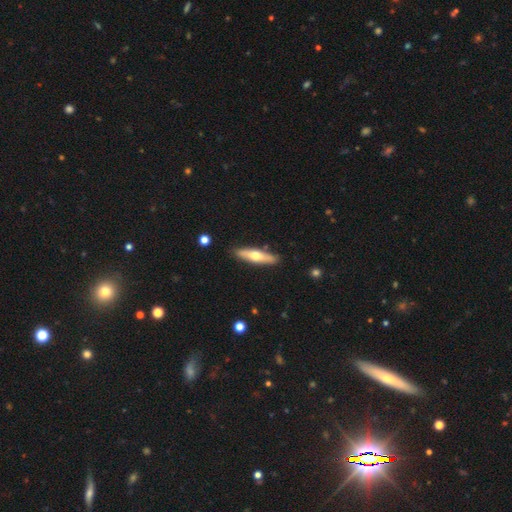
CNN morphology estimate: This is possibly a smooth galaxy (49%). Merging: clearly none (86%).